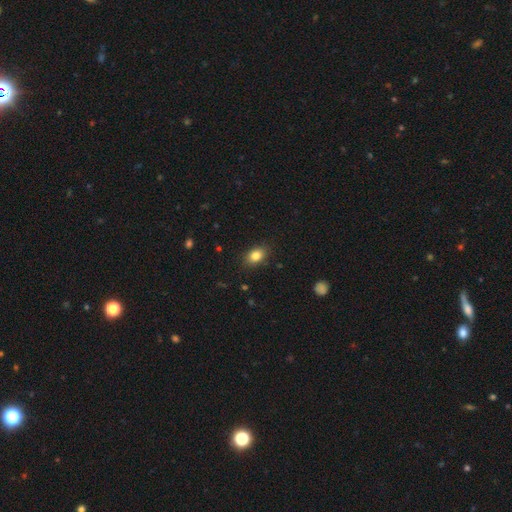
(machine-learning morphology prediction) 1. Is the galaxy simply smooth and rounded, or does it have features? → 84% smooth, 9% star or artifact, 7% featured or disk.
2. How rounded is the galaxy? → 78% in between, 20% round, 2% cigar-shaped.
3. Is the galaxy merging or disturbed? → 86% none, 11% minor disturbance, 2% major disturbance, 1% merger.